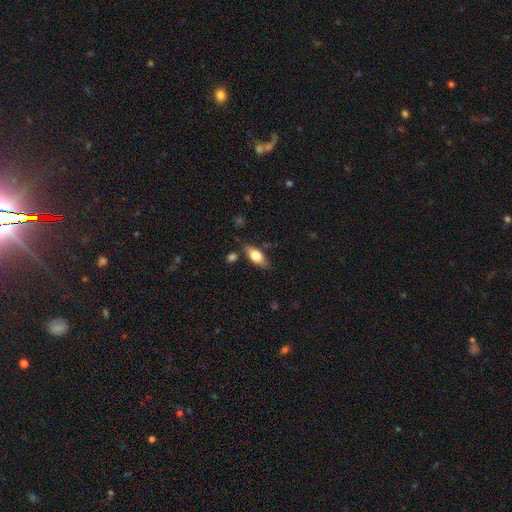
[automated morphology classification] smooth 73%, featured or disk 20%, star or artifact 7%. Down the decision tree: how rounded — in between (83%); merging — none (77%).